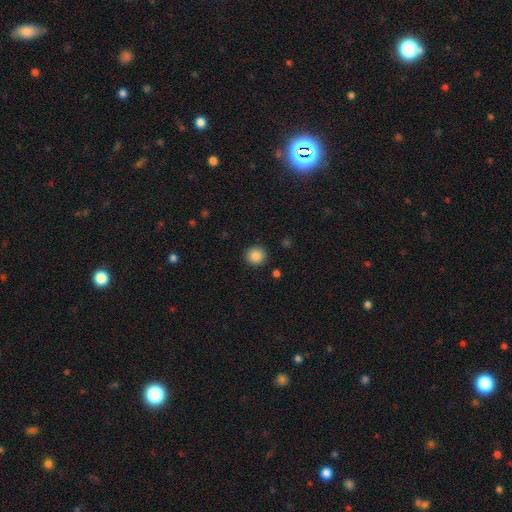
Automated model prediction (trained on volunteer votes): Smooth or featured?
  - smooth: 87% *
  - star or artifact: 9%
  - featured or disk: 4%
How rounded?
  - round: 91% *
  - in between: 8%
  - cigar-shaped: 1%
Merging?
  - none: 91% *
  - minor disturbance: 5%
  - major disturbance: 2%
  - merger: 1%